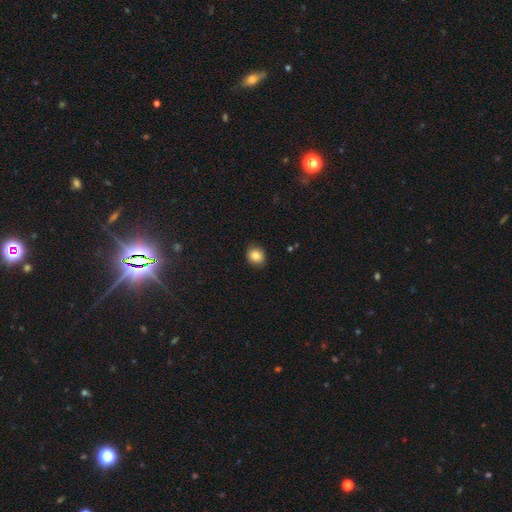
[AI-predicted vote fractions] smooth 85%, star or artifact 10%, featured or disk 5%. Down the decision tree: how rounded — round (75%); merging — none (87%).